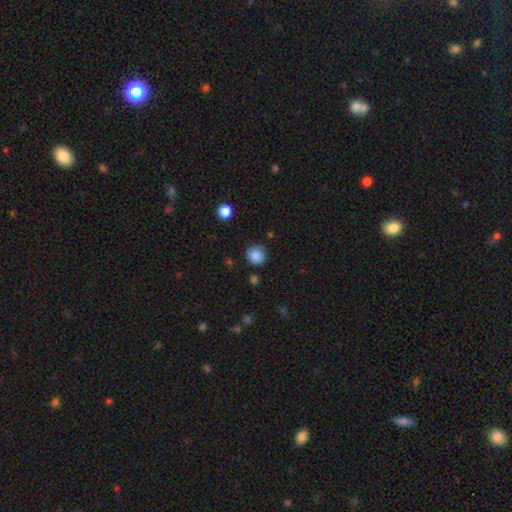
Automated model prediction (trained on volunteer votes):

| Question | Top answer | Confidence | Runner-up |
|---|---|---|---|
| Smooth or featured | smooth | 86% | star or artifact (10%) |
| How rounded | round | 91% | in between (8%) |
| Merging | none | 80% | minor disturbance (14%) |